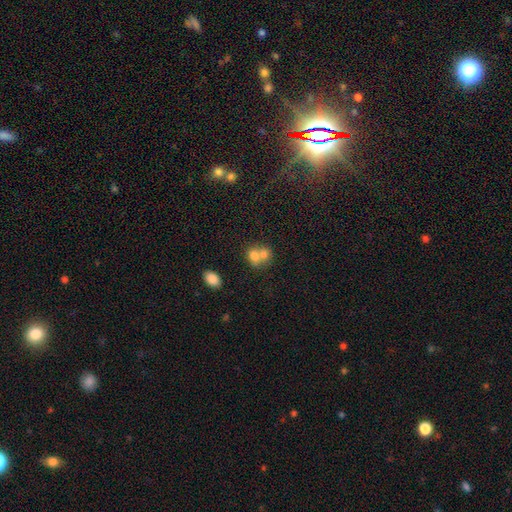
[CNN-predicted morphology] Smooth or featured? Predicted: smooth (p=0.71). How rounded? Predicted: round (p=0.58). Merging? Predicted: merger (p=0.67).